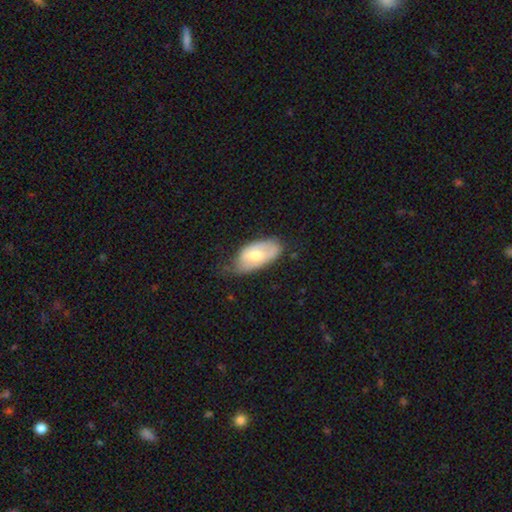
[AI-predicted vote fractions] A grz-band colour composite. It shows a smooth galaxy with no disk features (53%) that is in between round and cigar-shaped (93%). Merging: none (48%).